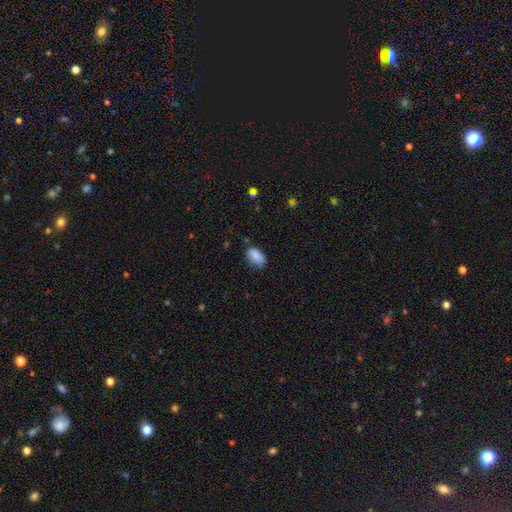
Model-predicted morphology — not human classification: This is clearly a smooth galaxy (84%). How rounded: clearly in between (90%). Merging: likely none (68%).